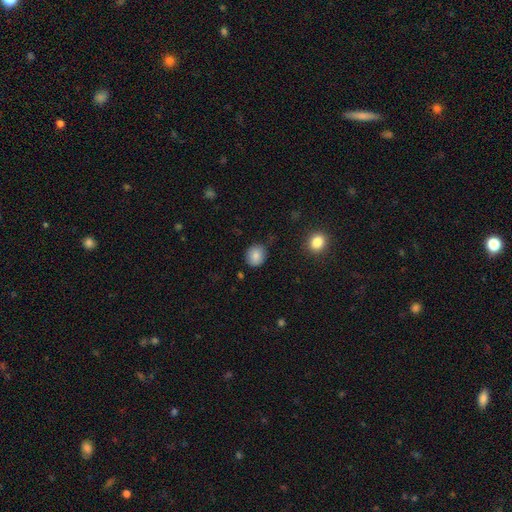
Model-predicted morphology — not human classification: Smooth or featured? smooth (85%)
How rounded? round (73%)
Merging? none (79%)